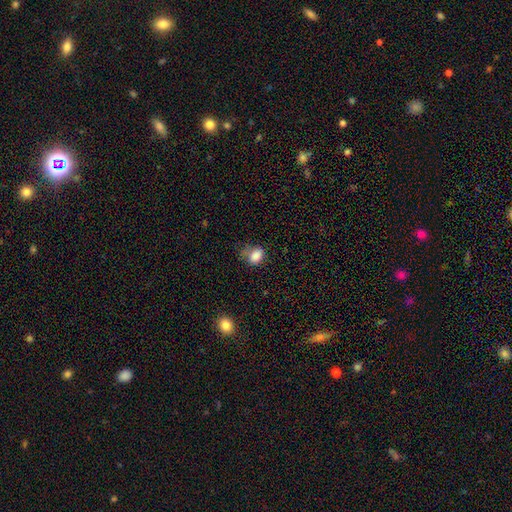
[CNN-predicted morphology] Smooth or featured?
  - smooth: 84% *
  - star or artifact: 10%
  - featured or disk: 6%
How rounded?
  - in between: 71% *
  - round: 28%
  - cigar-shaped: 1%
Merging?
  - none: 46% *
  - minor disturbance: 35%
  - major disturbance: 16%
  - merger: 4%